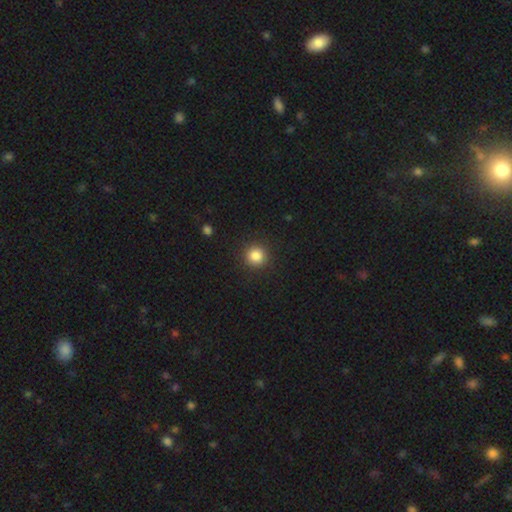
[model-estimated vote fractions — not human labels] smooth 85%, star or artifact 11%, featured or disk 4%. Down the decision tree: how rounded — round (94%); merging — none (91%).